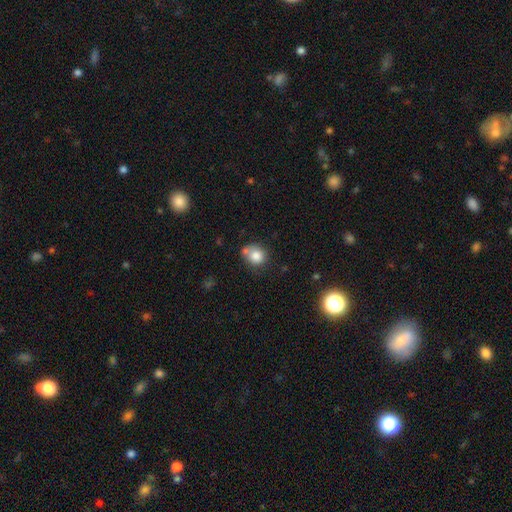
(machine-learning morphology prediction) This is clearly a smooth galaxy (81%). How rounded: likely round (78%). Merging: possibly none (51%).